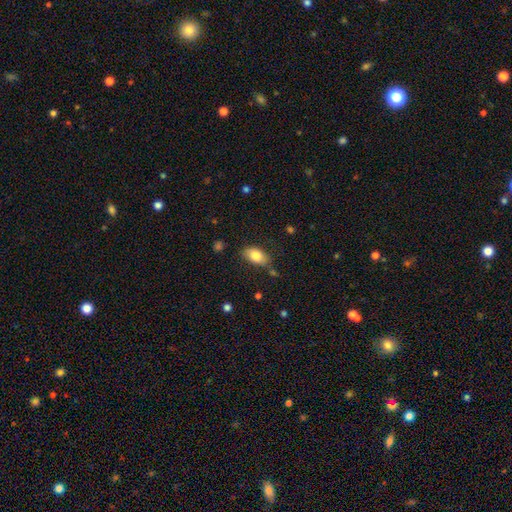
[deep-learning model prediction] smooth 82%, featured or disk 10%, star or artifact 7%. Down the decision tree: how rounded — in between (91%); merging — none (74%).